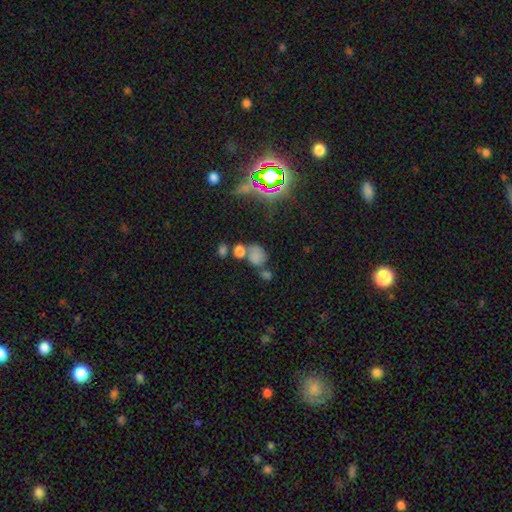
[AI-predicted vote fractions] Smooth or featured?
  - smooth: 66% *
  - star or artifact: 22%
  - featured or disk: 12%
How rounded?
  - round: 50% *
  - in between: 48%
  - cigar-shaped: 2%
Merging?
  - merger: 39% *
  - none: 37%
  - minor disturbance: 15%
  - major disturbance: 9%